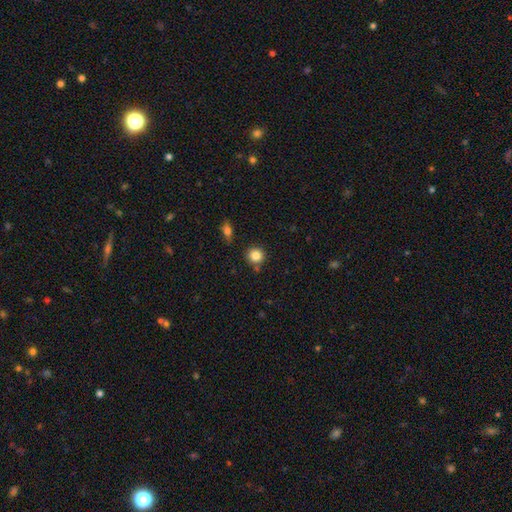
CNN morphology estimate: Smooth or featured? Predicted: smooth (p=0.84). How rounded? Predicted: round (p=0.90). Merging? Predicted: none (p=0.80).